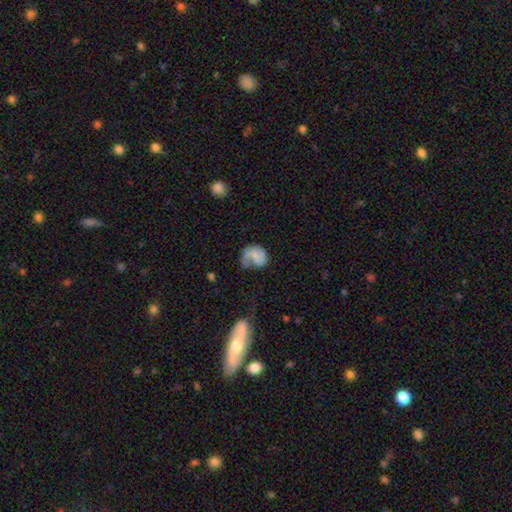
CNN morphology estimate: Smooth or featured?
  - featured or disk: 47% *
  - smooth: 44%
  - star or artifact: 8%
Merging?
  - major disturbance: 36% *
  - none: 32%
  - minor disturbance: 27%
  - merger: 4%